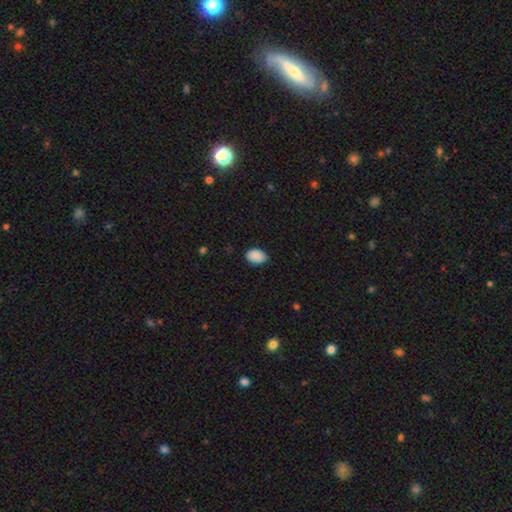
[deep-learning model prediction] A smooth galaxy with no disk features (90%) that is in between round and cigar-shaped (86%). Merging: none (82%).